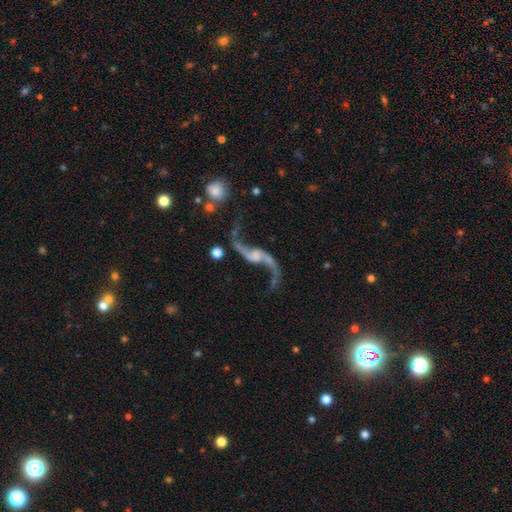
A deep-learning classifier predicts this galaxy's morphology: The model was most divided on "bulge size": none: 34%, small: 31%, moderate: 24%, large: 8%, dominant: 3%. Remaining: spiral arms — yes (96%); spiral winding — loose (95%); edge-on disk — no (95%); spiral arm count — 2 (94%); smooth or featured — featured or disk (91%); merging — none (68%); bar — no (49%).